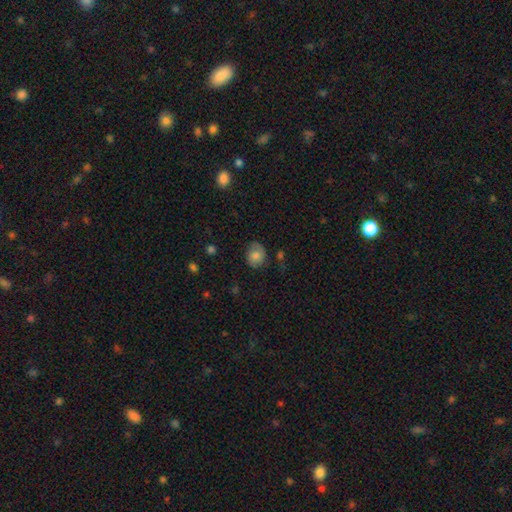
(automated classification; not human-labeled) Smooth or featured? Predicted: smooth (p=0.71). How rounded? Predicted: round (p=0.62). Merging? Predicted: none (p=0.67).